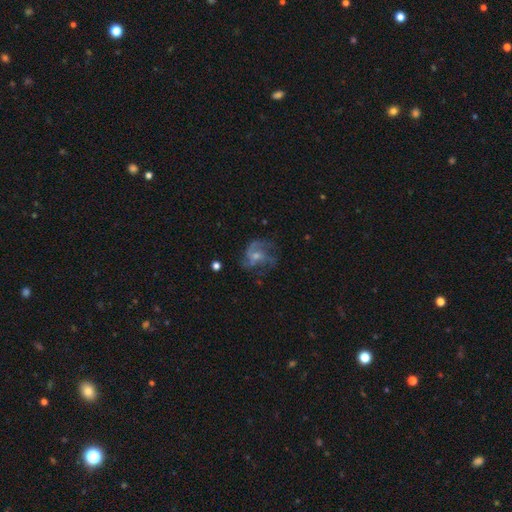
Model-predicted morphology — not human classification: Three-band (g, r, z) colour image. It shows a featured or disk galaxy (75%) with no bar (56%), 3 (37%) medium (48%) spiral arms (90%) and a small central bulge (51%). Merging: none (61%).